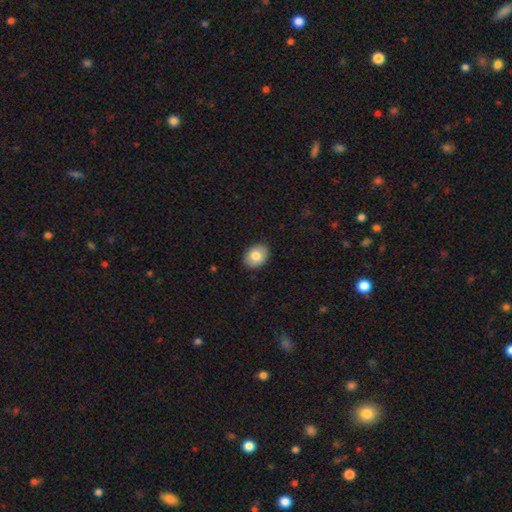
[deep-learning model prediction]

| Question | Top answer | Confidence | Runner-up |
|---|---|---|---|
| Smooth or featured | smooth | 81% | featured or disk (12%) |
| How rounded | in between | 64% | round (35%) |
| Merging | none | 89% | minor disturbance (8%) |